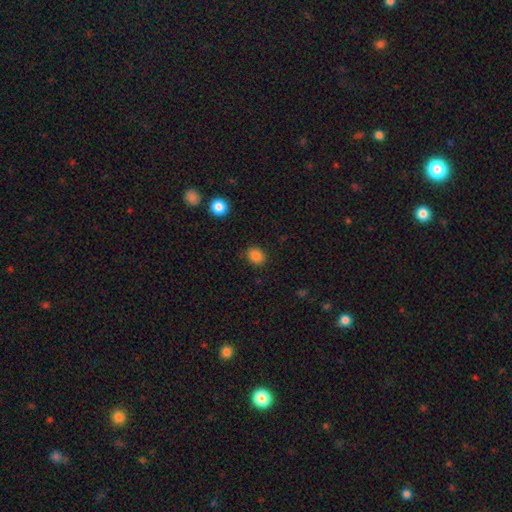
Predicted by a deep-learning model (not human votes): Smooth or featured?
  - smooth: 85% *
  - star or artifact: 11%
  - featured or disk: 4%
How rounded?
  - round: 56% *
  - in between: 44%
  - cigar-shaped: 1%
Merging?
  - none: 87% *
  - minor disturbance: 9%
  - major disturbance: 3%
  - merger: 1%